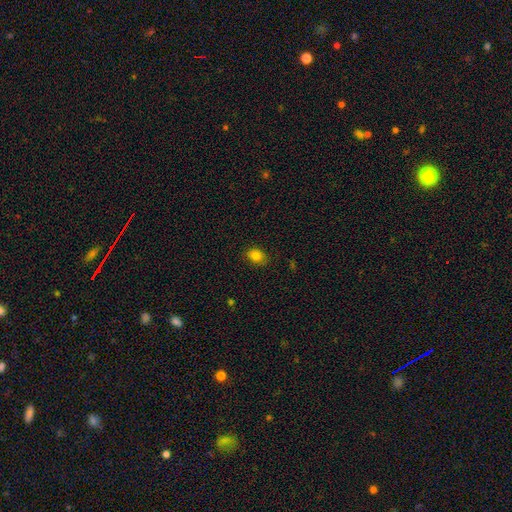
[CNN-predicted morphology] This is clearly a smooth galaxy (82%). How rounded: likely in between (65%). Merging: clearly none (84%).